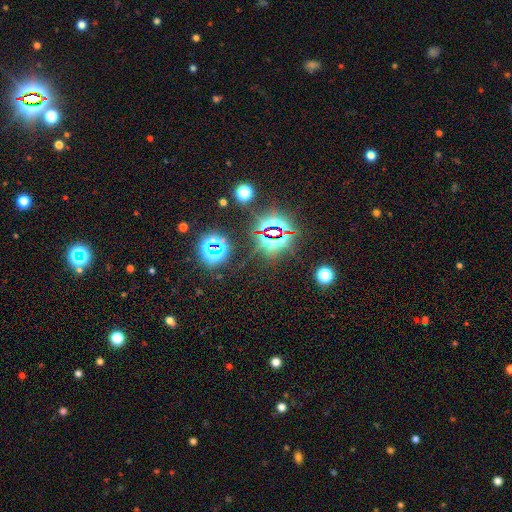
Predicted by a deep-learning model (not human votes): A star or artifact, not a galaxy (80%).

Vote fractions:
- Smooth or featured? star or artifact: 80% / smooth: 13% / featured or disk: 7%